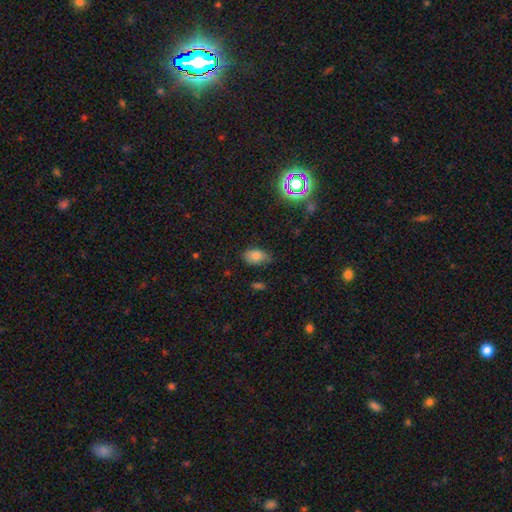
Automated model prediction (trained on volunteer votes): Overall: smooth (79%). How rounded: in between (89%). Merging: none (66%; minor disturbance 27%).